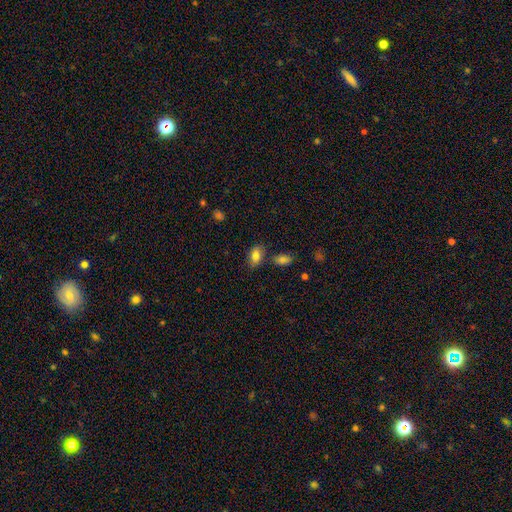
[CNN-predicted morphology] A smooth galaxy with no disk features (81%) that is in between round and cigar-shaped (87%).

Vote fractions:
- Smooth or featured? smooth: 81% / featured or disk: 11% / star or artifact: 9%
- How rounded? in between: 87% / round: 10% / cigar-shaped: 2%
- Merging? none: 73% / minor disturbance: 15% / merger: 9% / major disturbance: 4%